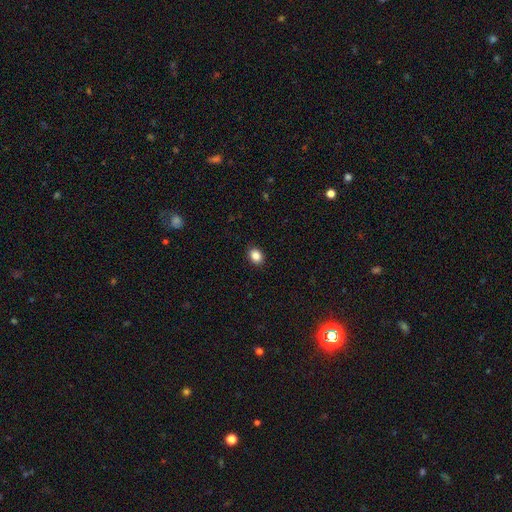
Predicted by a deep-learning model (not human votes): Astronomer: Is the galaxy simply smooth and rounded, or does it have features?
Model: smooth — 87%.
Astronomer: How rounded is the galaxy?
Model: in between — 55% (runner-up: round, 44%).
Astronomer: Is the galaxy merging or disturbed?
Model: none — 91%.